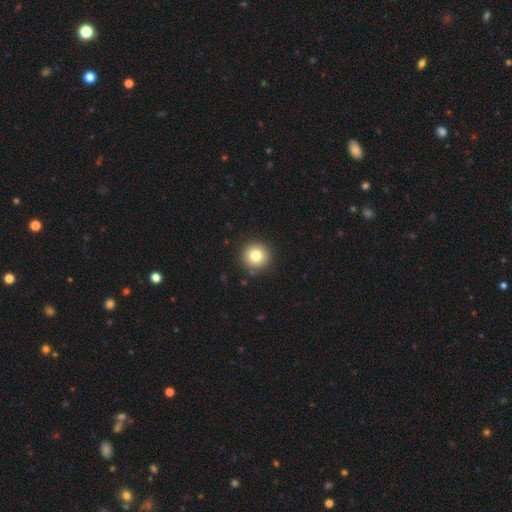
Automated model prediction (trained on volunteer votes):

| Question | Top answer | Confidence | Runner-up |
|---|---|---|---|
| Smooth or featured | smooth | 81% | star or artifact (11%) |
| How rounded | round | 95% | in between (4%) |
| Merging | none | 90% | minor disturbance (6%) |